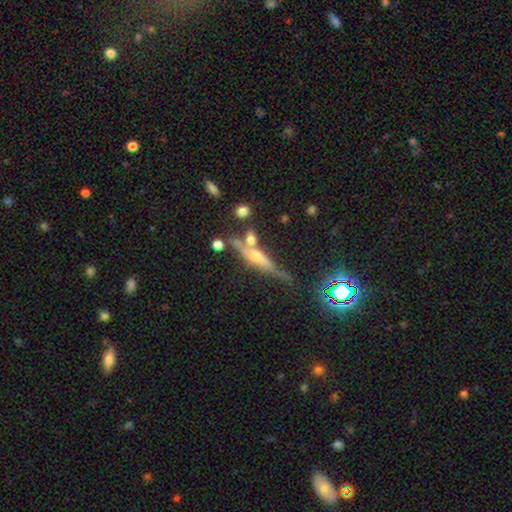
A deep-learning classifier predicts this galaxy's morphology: Smooth or featured? Predicted: featured or disk (p=0.61). Edge-on disk? Predicted: yes (p=0.92). Edge-on bulge? Predicted: rounded (p=0.78). Merging? Predicted: none (p=0.68).